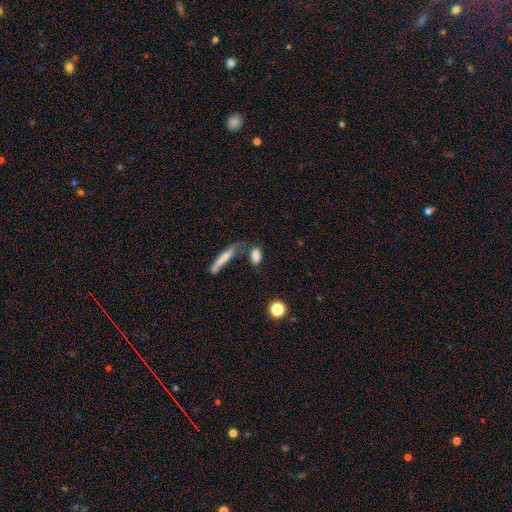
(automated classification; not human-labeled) smooth 79%, featured or disk 11%, star or artifact 10%. Down the decision tree: how rounded — in between (68%); merging — none (54%).